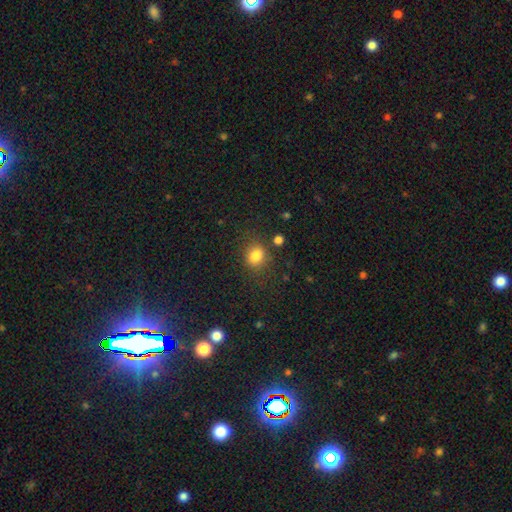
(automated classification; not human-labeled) A smooth galaxy with no disk features (82%) that is round (57%).

Vote fractions:
- Smooth or featured? smooth: 82% / star or artifact: 12% / featured or disk: 6%
- How rounded? round: 57% / in between: 42% / cigar-shaped: 1%
- Merging? none: 77% / minor disturbance: 14% / major disturbance: 5% / merger: 4%